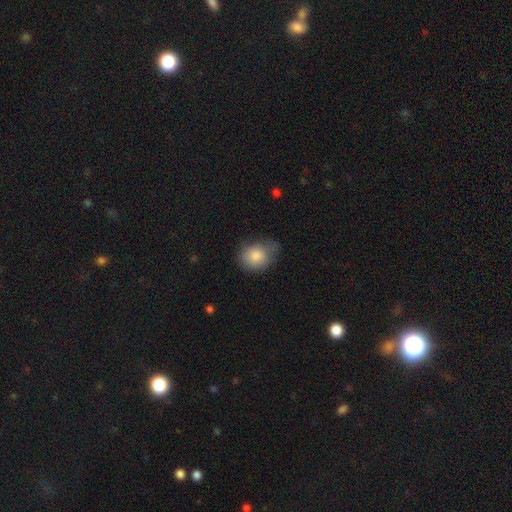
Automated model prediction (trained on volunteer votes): smooth 82%, featured or disk 11%, star or artifact 7%. Down the decision tree: how rounded — in between (52%); merging — none (54%).